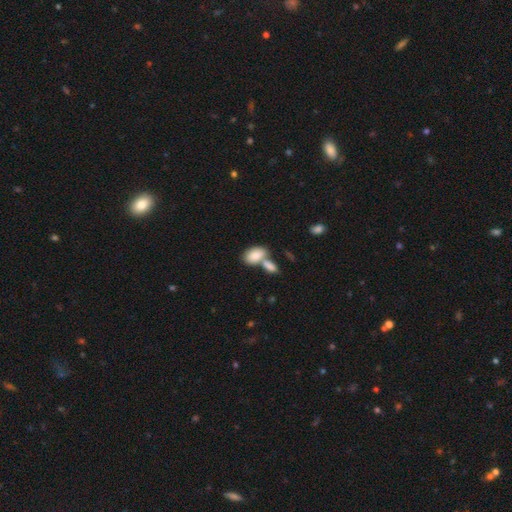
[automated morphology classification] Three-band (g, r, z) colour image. It shows a smooth galaxy with no disk features (85%) that is in between round and cigar-shaped (92%). Merging: merger (51%).